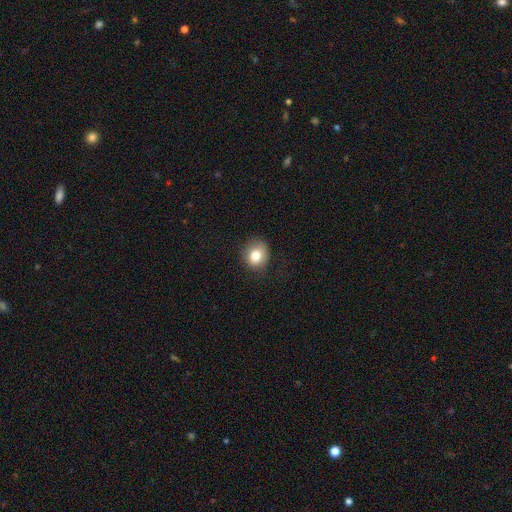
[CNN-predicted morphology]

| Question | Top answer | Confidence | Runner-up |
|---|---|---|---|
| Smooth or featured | smooth | 80% | star or artifact (10%) |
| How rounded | round | 72% | in between (28%) |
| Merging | none | 79% | minor disturbance (15%) |